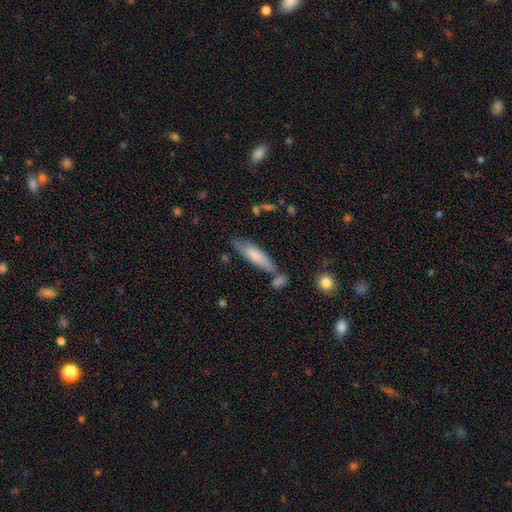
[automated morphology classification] Q: Smooth or featured?
A: smooth (74%); runner-up: featured or disk (20%)
Q: How rounded?
A: cigar-shaped (66%); runner-up: in between (33%)
Q: Merging?
A: none (64%); runner-up: minor disturbance (19%)